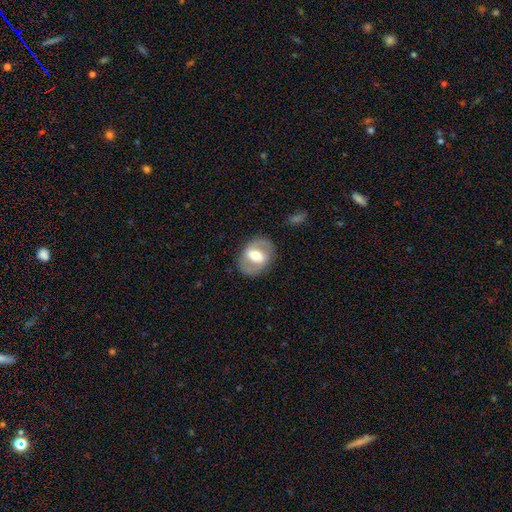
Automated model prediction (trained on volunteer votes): A featured or disk galaxy (55%) with a strong bar (43%), no spiral arms (58%) and a moderate central bulge (60%). Merging: none (81%).